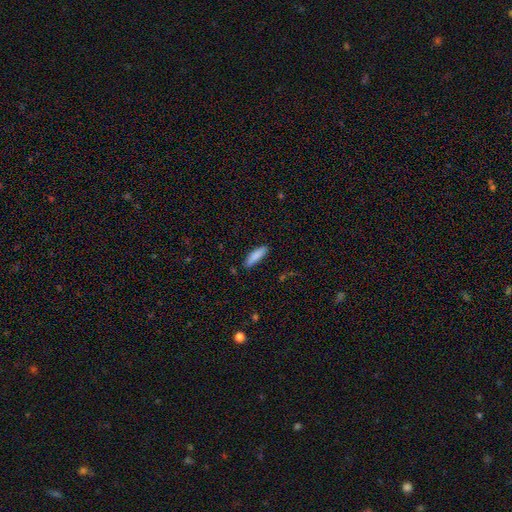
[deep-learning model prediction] Overall: smooth (86%). How rounded: cigar-shaped (63%; in between 36%). Merging: none (85%).